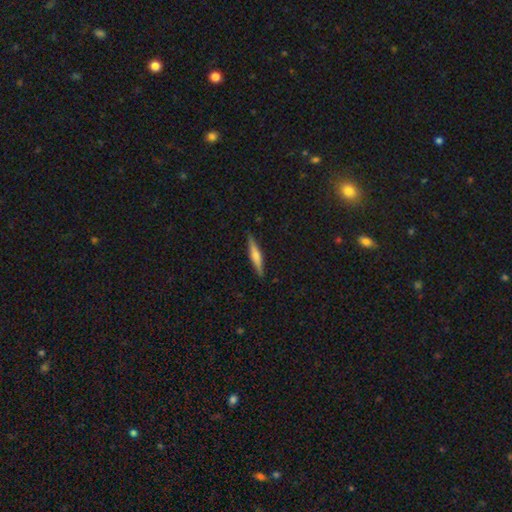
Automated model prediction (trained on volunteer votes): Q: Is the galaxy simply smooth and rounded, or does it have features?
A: smooth — 50%.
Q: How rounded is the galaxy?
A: cigar-shaped — 88%.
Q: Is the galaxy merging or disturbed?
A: none — 88%.